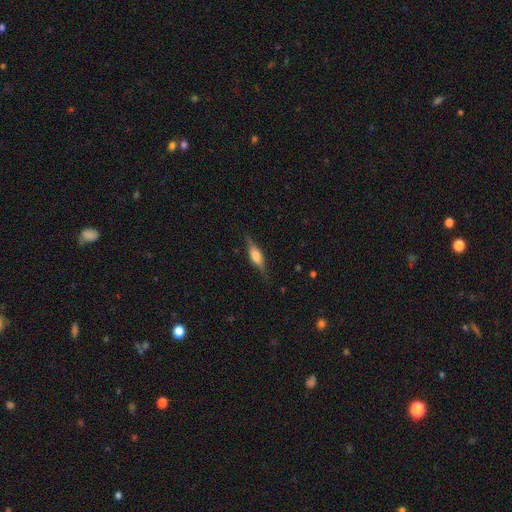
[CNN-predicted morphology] featured or disk 64%, smooth 29%, star or artifact 7%. Down the decision tree: edge-on disk — yes (96%); edge-on bulge — rounded (76%); merging — none (83%).